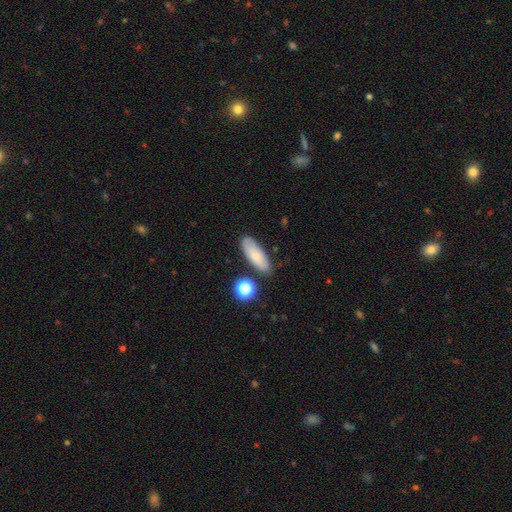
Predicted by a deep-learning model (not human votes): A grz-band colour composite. It shows a smooth galaxy with no disk features (72%) that is in between round and cigar-shaped (68%). Merging: none (76%).